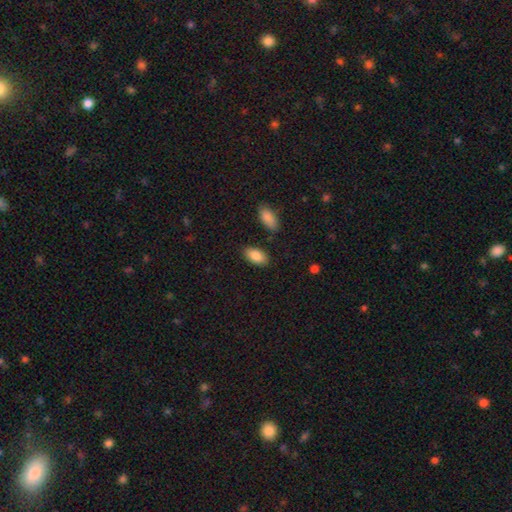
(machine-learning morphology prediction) Smooth or featured? smooth (87%)
How rounded? in between (93%)
Merging? none (84%)